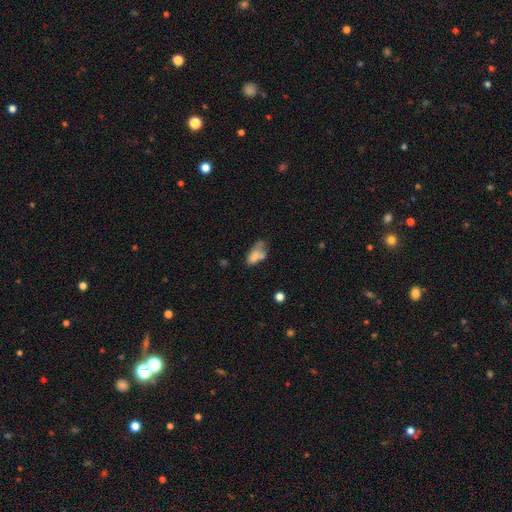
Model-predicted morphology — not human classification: A smooth galaxy with no disk features (66%) that is in between round and cigar-shaped (88%). Merging: none (29%).